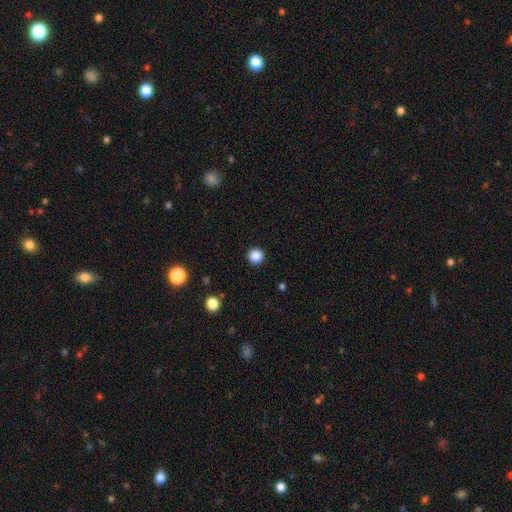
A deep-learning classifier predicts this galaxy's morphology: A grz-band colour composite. It shows a smooth galaxy with no disk features (86%) that is round (95%). Merging: none (93%).